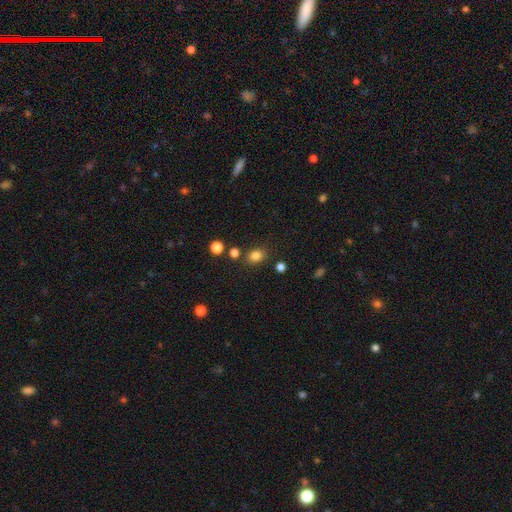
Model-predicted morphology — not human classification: A smooth galaxy with no disk features (82%) that is round (52%).

Vote fractions:
- Smooth or featured? smooth: 82% / star or artifact: 13% / featured or disk: 5%
- How rounded? round: 52% / in between: 47% / cigar-shaped: 1%
- Merging? none: 80% / minor disturbance: 11% / merger: 5% / major disturbance: 3%